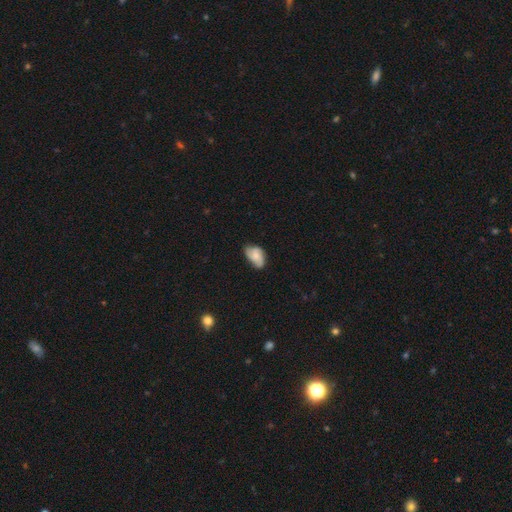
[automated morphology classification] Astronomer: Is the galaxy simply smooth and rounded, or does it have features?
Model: smooth — 59%.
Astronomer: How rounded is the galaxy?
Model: in between — 89%.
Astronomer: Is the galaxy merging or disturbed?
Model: none — 54% (runner-up: minor disturbance, 35%).